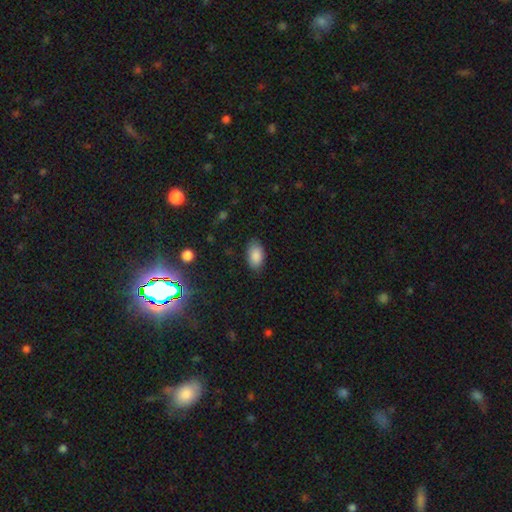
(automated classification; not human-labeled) This appears to be a smooth galaxy with no disk features (88%) that is in between round and cigar-shaped (93%). Merging: none (84%).